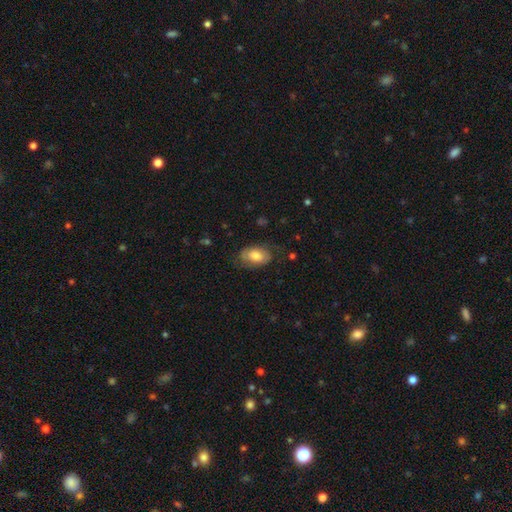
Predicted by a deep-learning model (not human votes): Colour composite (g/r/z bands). It shows a smooth galaxy with no disk features (66%) that is in between round and cigar-shaped (90%). Merging: none (68%).